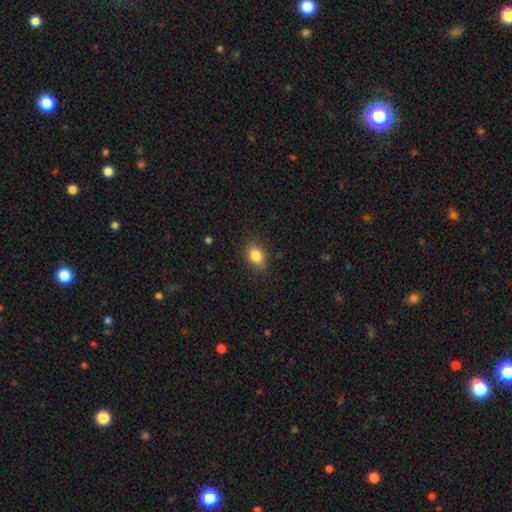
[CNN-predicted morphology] Q: Smooth or featured?
A: smooth (85%); runner-up: star or artifact (9%)
Q: How rounded?
A: in between (75%); runner-up: round (24%)
Q: Merging?
A: none (83%); runner-up: minor disturbance (12%)